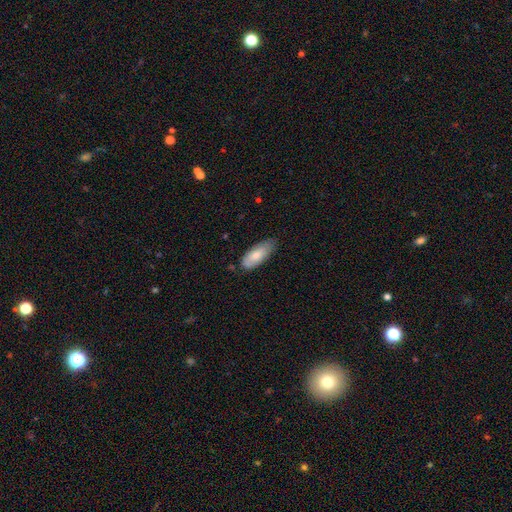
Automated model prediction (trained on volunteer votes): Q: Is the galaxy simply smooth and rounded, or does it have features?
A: smooth — 77%.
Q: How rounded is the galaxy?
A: in between — 81%.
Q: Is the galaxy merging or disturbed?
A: none — 68%.